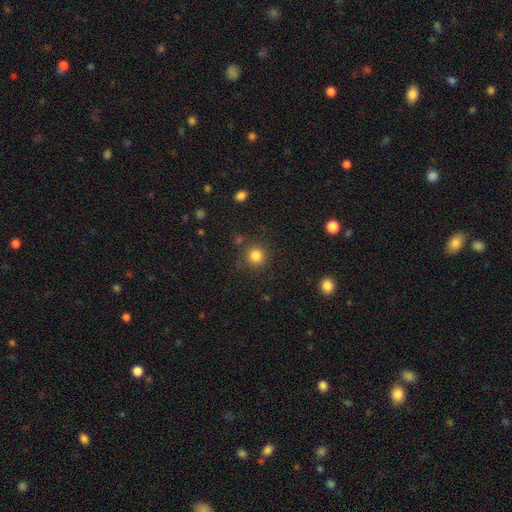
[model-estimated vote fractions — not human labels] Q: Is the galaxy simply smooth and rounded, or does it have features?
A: smooth — 83%.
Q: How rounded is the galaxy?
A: round — 93%.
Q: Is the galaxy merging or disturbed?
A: none — 83%.